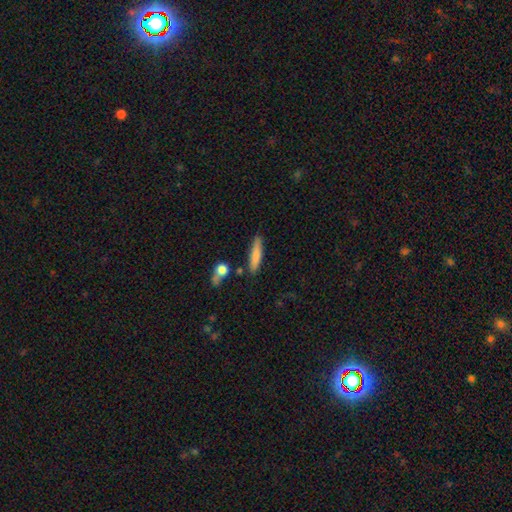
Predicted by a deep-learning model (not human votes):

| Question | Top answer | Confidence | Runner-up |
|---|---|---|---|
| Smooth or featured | smooth | 77% | featured or disk (17%) |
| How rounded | cigar-shaped | 83% | in between (15%) |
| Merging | none | 78% | minor disturbance (12%) |